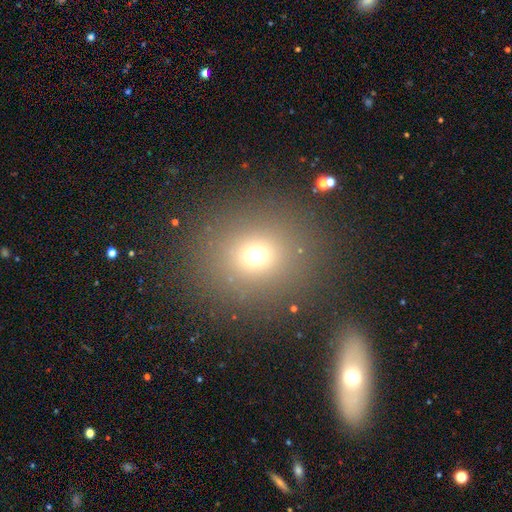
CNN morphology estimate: smooth-or-featured: smooth: 67% | star or artifact: 25% | featured or disk: 9%
  how-rounded: round: 83% | in between: 16% | cigar-shaped: 1%
  merging: none: 85% | minor disturbance: 7% | major disturbance: 5% | merger: 3%